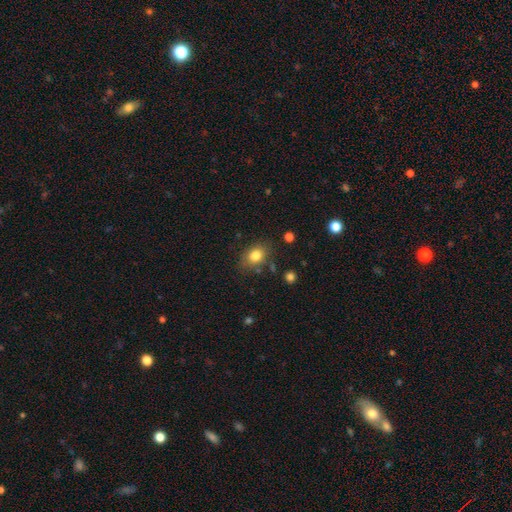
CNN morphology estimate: Smooth or featured? smooth (81%)
How rounded? in between (66%)
Merging? none (77%)